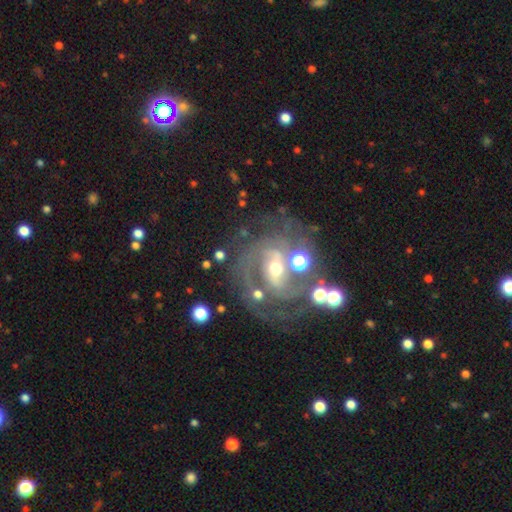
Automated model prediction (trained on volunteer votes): This appears to be a featured or disk galaxy (84%) with a weak bar (43%), 2 (46%) tight (50%) spiral arms (95%) and a small central bulge (52%). Merging: none (60%).